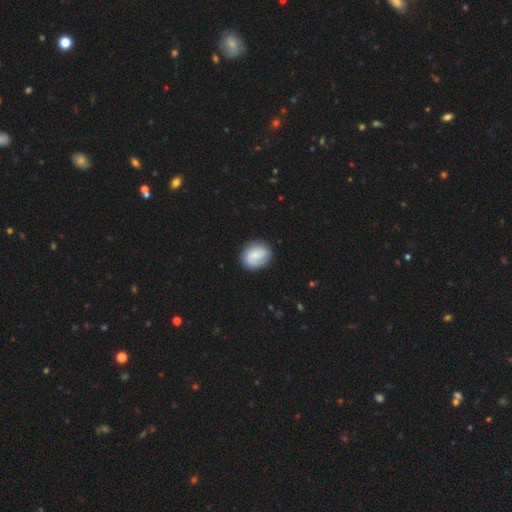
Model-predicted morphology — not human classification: Overall: smooth (54%; featured or disk 39%). How rounded: round (62%; in between 37%). Merging: none (81%).